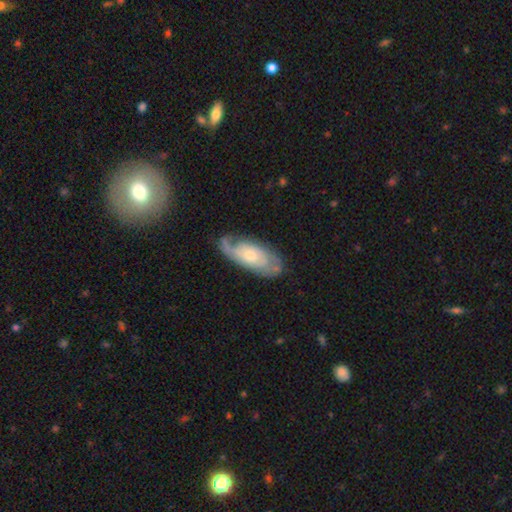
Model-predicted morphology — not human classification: Q: Smooth or featured?
A: featured or disk (71%); runner-up: smooth (24%)
Q: Edge-on disk?
A: no (90%); runner-up: yes (10%)
Q: Bar?
A: no (74%); runner-up: weak (22%)
Q: Spiral arms?
A: yes (86%); runner-up: no (14%)
Q: Spiral winding?
A: tight (47%); runner-up: medium (35%)
Q: Spiral arm count?
A: 2 (46%); runner-up: can't tell (29%)
Q: Bulge size?
A: moderate (53%); runner-up: small (38%)
Q: Merging?
A: none (65%); runner-up: minor disturbance (22%)